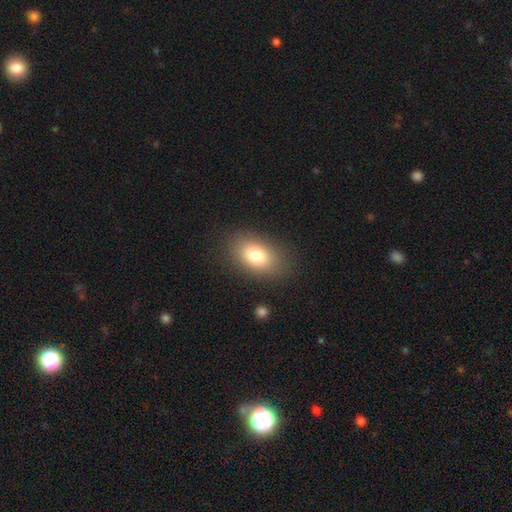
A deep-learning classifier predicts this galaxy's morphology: A smooth galaxy with no disk features (79%) that is in between round and cigar-shaped (84%).

Vote fractions:
- Smooth or featured? smooth: 79% / featured or disk: 11% / star or artifact: 10%
- How rounded? in between: 84% / round: 14% / cigar-shaped: 2%
- Merging? none: 83% / minor disturbance: 11% / major disturbance: 5% / merger: 2%